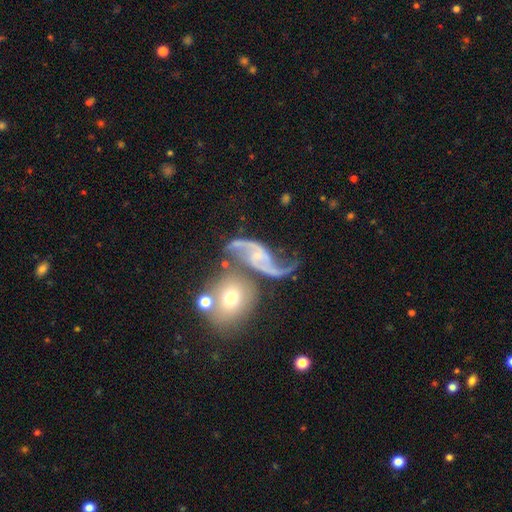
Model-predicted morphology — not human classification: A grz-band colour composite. It shows a featured or disk galaxy (87%) with no bar (46%), 2 (92%) loose (79%) spiral arms (96%) and a small central bulge (65%). Merging: none (44%).